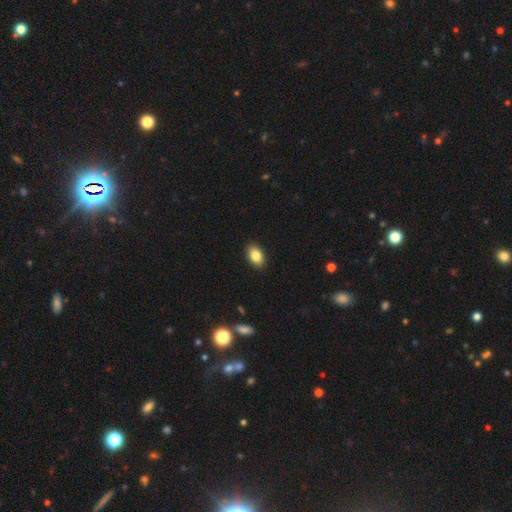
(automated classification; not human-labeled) A smooth galaxy with no disk features (85%) that is in between round and cigar-shaped (87%).

Vote fractions:
- Smooth or featured? smooth: 85% / star or artifact: 8% / featured or disk: 7%
- How rounded? in between: 87% / round: 12% / cigar-shaped: 1%
- Merging? none: 90% / minor disturbance: 8% / major disturbance: 2% / merger: 1%